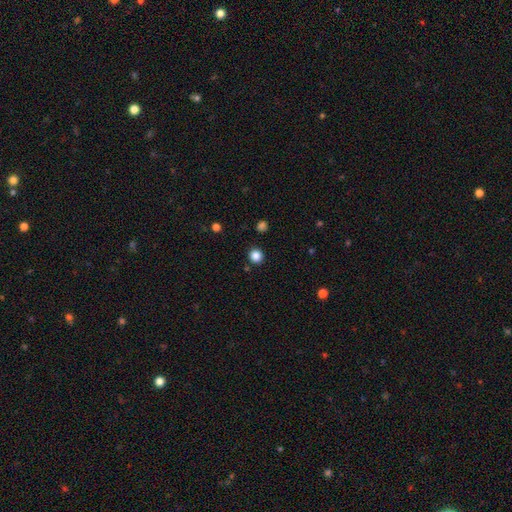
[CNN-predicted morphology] Smooth or featured? smooth (85%)
How rounded? round (90%)
Merging? none (90%)